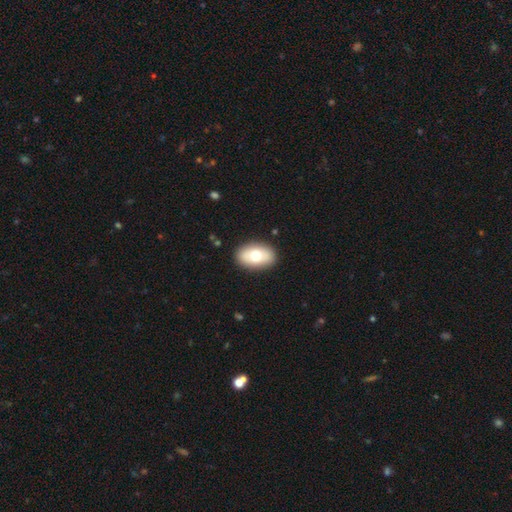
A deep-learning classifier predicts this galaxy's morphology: Smooth or featured? Predicted: smooth (p=0.68). How rounded? Predicted: in between (p=0.88). Merging? Predicted: none (p=0.89).